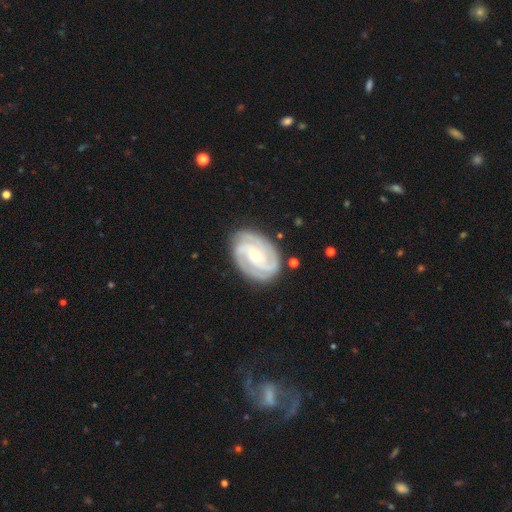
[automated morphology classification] Smooth or featured? Predicted: featured or disk (p=0.91). Edge-on disk? Predicted: no (p=0.98). Bar? Predicted: no (p=0.46). Spiral arms? Predicted: yes (p=0.98). Spiral winding? Predicted: tight (p=0.69). Spiral arm count? Predicted: 3 (p=0.52). Bulge size? Predicted: small (p=0.51). Merging? Predicted: none (p=0.83).